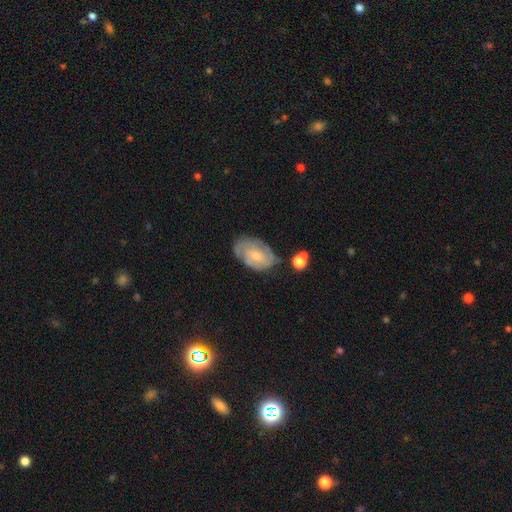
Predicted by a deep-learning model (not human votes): Overall: featured or disk (63%; smooth 30%). Edge-on disk: no (96%). Bar: no (65%; weak 31%). Spiral arms: yes (80%). Bulge size: small (50%; moderate 39%). Merging: none (64%; minor disturbance 24%).